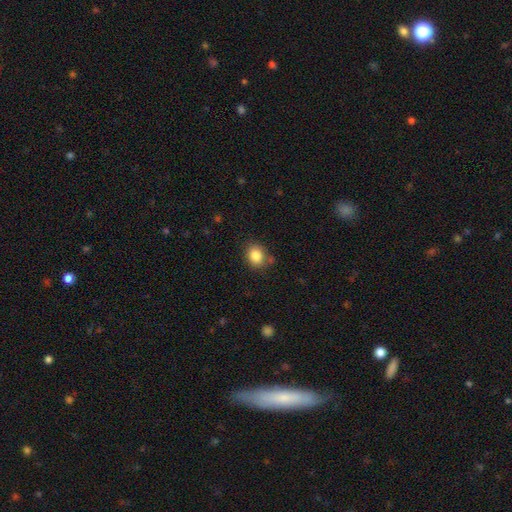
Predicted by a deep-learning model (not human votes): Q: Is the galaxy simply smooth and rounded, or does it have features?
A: smooth — 84%.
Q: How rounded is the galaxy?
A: round — 63%.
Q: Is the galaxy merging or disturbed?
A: none — 78%.